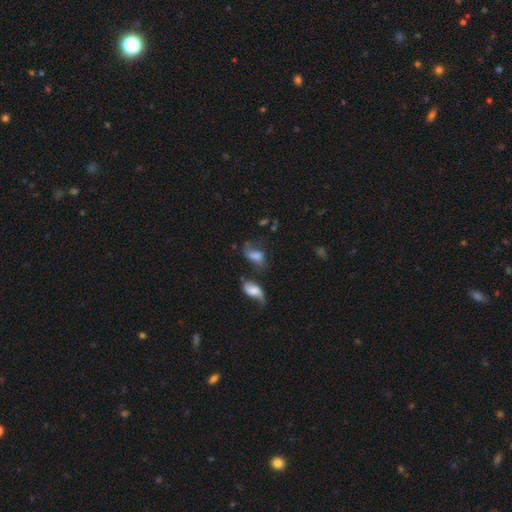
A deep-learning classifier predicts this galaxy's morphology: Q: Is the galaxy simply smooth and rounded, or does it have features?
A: smooth — 58%.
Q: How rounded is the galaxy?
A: in between — 84%.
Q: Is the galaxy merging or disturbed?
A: none — 31%.